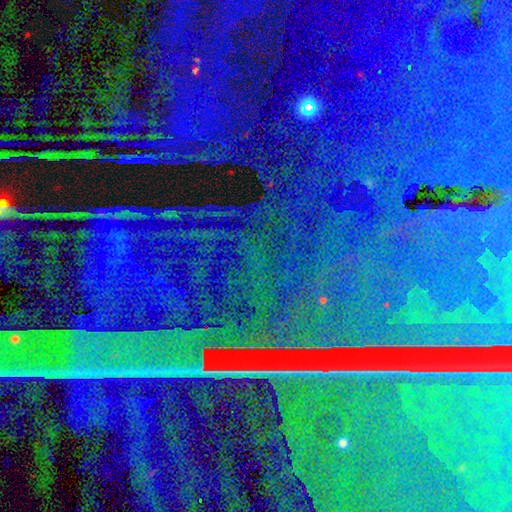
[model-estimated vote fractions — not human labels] Overall: star or artifact (88%).